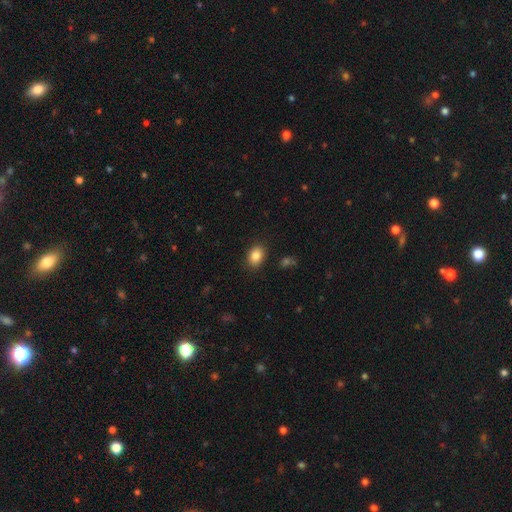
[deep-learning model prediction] A smooth galaxy with no disk features (86%) that is in between round and cigar-shaped (68%).

Vote fractions:
- Smooth or featured? smooth: 86% / star or artifact: 9% / featured or disk: 6%
- How rounded? in between: 68% / round: 31% / cigar-shaped: 1%
- Merging? none: 87% / minor disturbance: 9% / major disturbance: 3% / merger: 1%